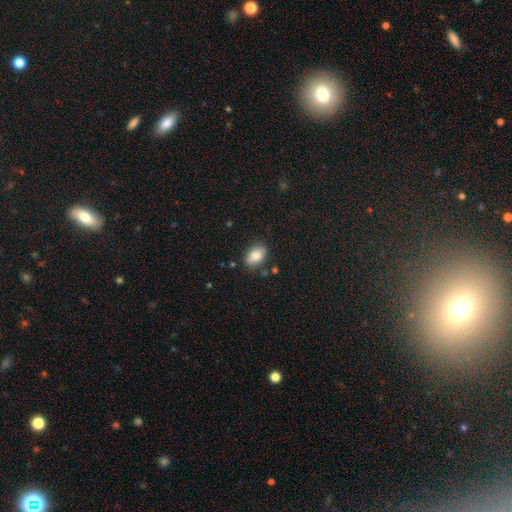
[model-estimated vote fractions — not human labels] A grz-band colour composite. It shows a smooth galaxy with no disk features (84%) that is in between round and cigar-shaped (85%). Merging: none (80%).